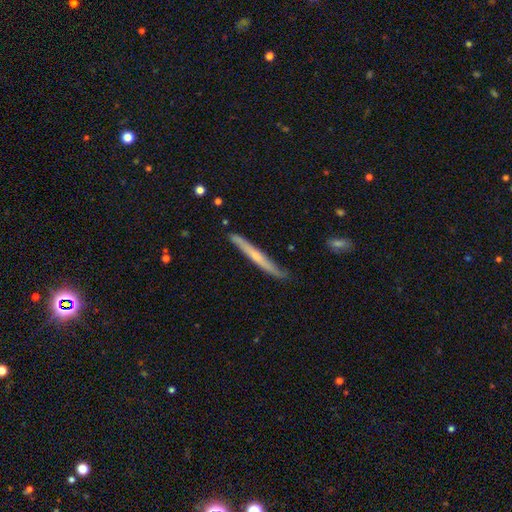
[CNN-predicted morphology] smooth-or-featured: featured or disk: 51% | smooth: 43% | star or artifact: 6%
  disk-edge-on: yes: 93% | no: 7%
  merging: none: 81% | minor disturbance: 15% | major disturbance: 2% | merger: 2%